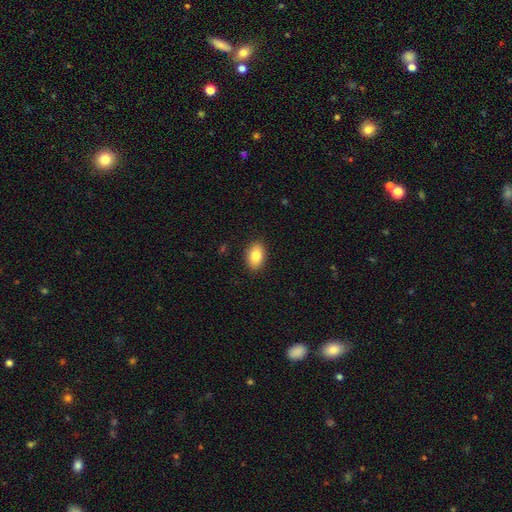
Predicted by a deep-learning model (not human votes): Smooth or featured: smooth — 84% (featured or disk — 8%)
How rounded: in between — 89% (round — 10%)
Merging: none — 89% (minor disturbance — 8%)